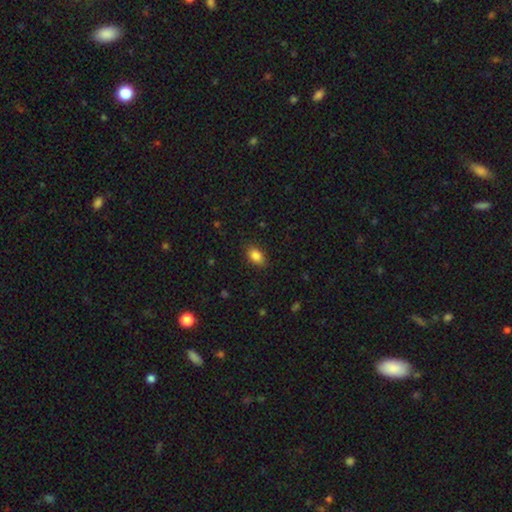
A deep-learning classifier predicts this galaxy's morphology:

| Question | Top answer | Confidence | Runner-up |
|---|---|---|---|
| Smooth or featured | smooth | 86% | star or artifact (9%) |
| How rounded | in between | 86% | round (11%) |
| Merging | none | 86% | minor disturbance (11%) |